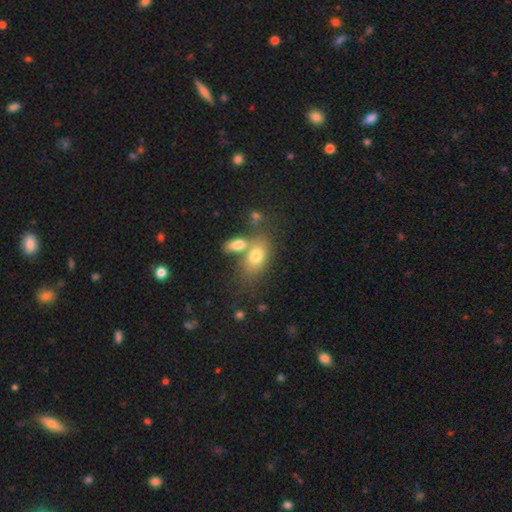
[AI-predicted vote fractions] Smooth or featured? Predicted: smooth (p=0.74). How rounded? Predicted: in between (p=0.85). Merging? Predicted: none (p=0.44).